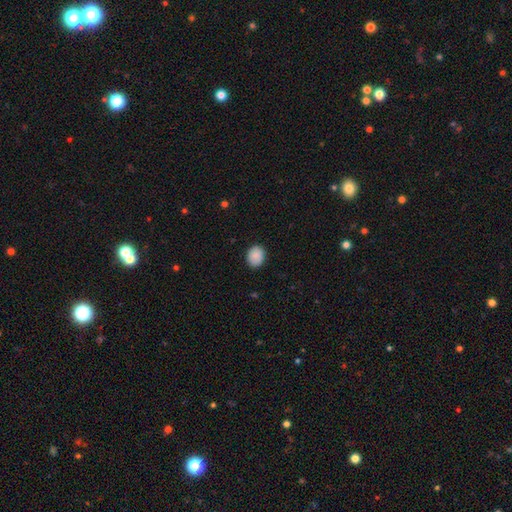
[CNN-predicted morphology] Smooth or featured? smooth (89%)
How rounded? round (50%)
Merging? none (86%)